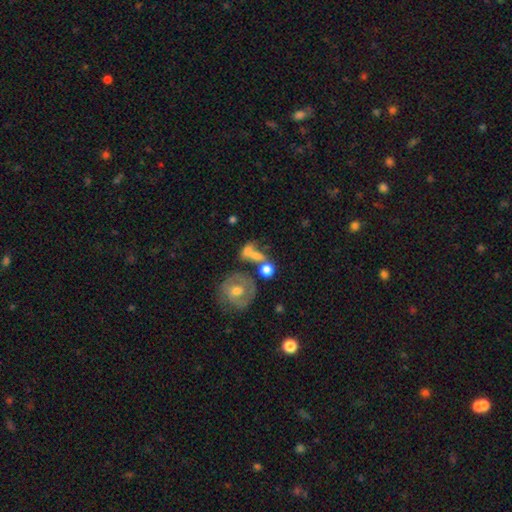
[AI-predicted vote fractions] A smooth galaxy with no disk features (57%) that is round (51%).

Vote fractions:
- Smooth or featured? smooth: 57% / featured or disk: 30% / star or artifact: 13%
- How rounded? round: 51% / in between: 44% / cigar-shaped: 5%
- Merging? merger: 44% / none: 29% / major disturbance: 15% / minor disturbance: 13%